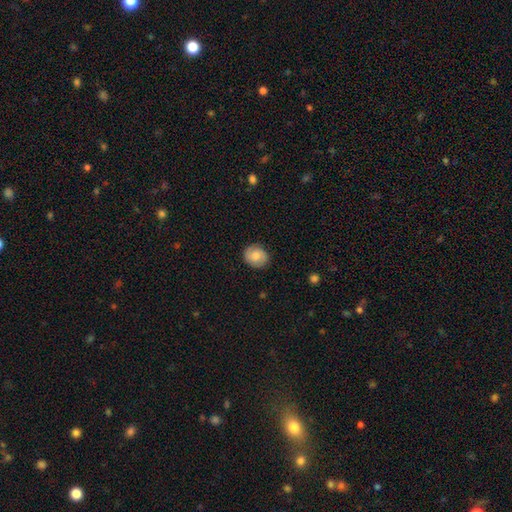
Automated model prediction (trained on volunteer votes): Overall: smooth (67%). How rounded: round (71%). Merging: none (85%).